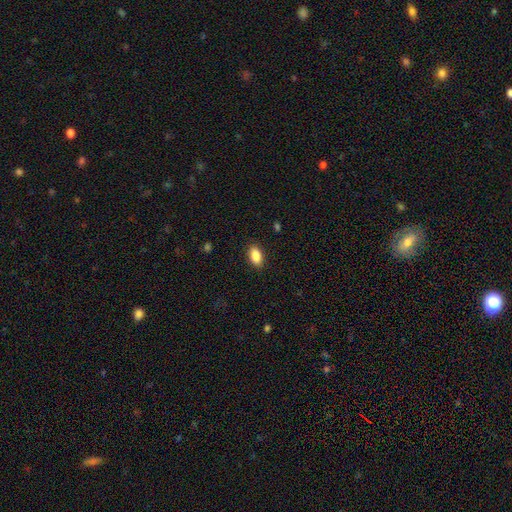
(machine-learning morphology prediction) A smooth galaxy with no disk features (87%) that is in between round and cigar-shaped (91%).

Vote fractions:
- Smooth or featured? smooth: 87% / star or artifact: 8% / featured or disk: 5%
- How rounded? in between: 91% / round: 5% / cigar-shaped: 4%
- Merging? none: 88% / minor disturbance: 9% / major disturbance: 2% / merger: 1%